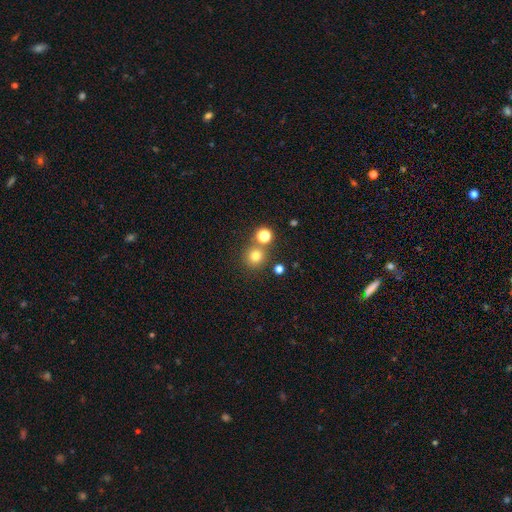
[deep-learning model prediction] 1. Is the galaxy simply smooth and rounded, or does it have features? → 76% smooth, 17% star or artifact, 7% featured or disk.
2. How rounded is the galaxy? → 91% round, 8% in between, 1% cigar-shaped.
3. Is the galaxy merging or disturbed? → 76% none, 14% merger, 7% minor disturbance, 3% major disturbance.